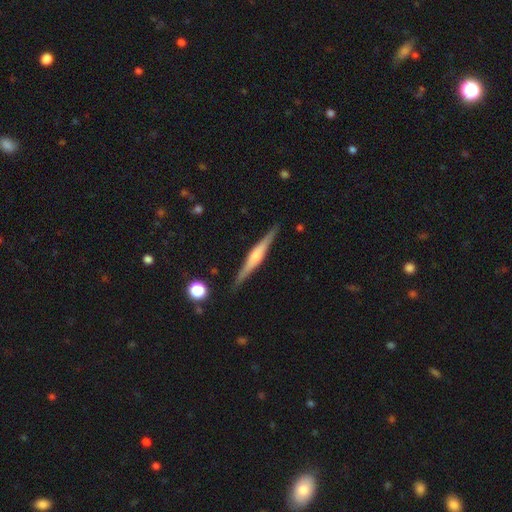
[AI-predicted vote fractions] Overall: featured or disk (74%). Edge-on disk: yes (98%). Edge-on bulge: rounded (73%). Merging: none (90%).